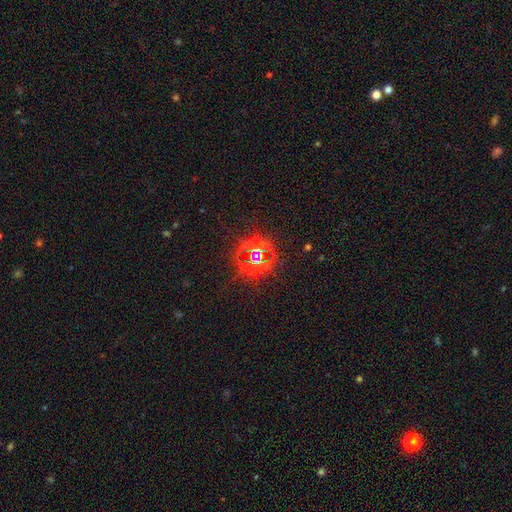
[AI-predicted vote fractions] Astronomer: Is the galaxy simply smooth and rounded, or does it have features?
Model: star or artifact — 80%.